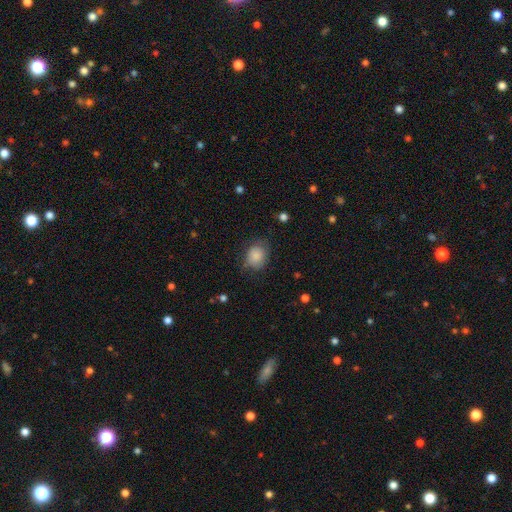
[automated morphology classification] Smooth or featured? smooth (85%)
How rounded? round (55%)
Merging? none (70%)